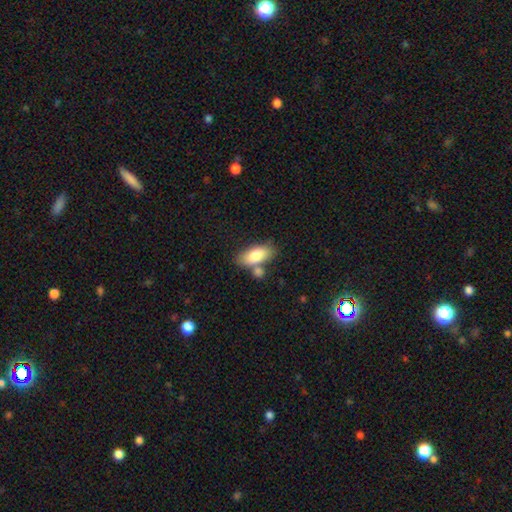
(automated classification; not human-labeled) A smooth galaxy with no disk features (80%) that is in between round and cigar-shaped (84%).

Vote fractions:
- Smooth or featured? smooth: 80% / featured or disk: 14% / star or artifact: 6%
- How rounded? in between: 84% / cigar-shaped: 12% / round: 3%
- Merging? none: 60% / merger: 22% / minor disturbance: 13% / major disturbance: 4%